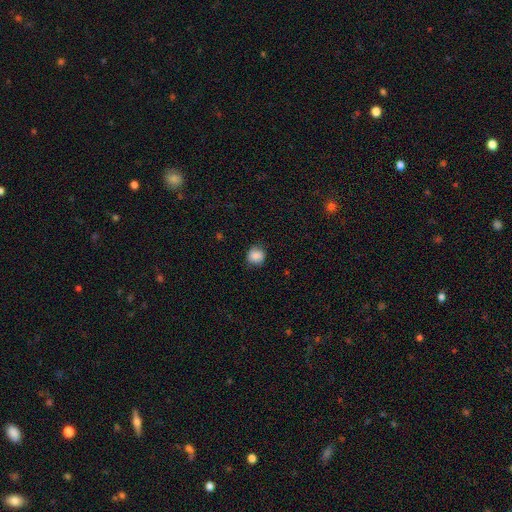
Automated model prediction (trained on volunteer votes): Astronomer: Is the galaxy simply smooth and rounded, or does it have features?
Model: smooth — 84%.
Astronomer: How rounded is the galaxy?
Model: round — 83%.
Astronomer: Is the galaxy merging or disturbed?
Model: none — 79%.